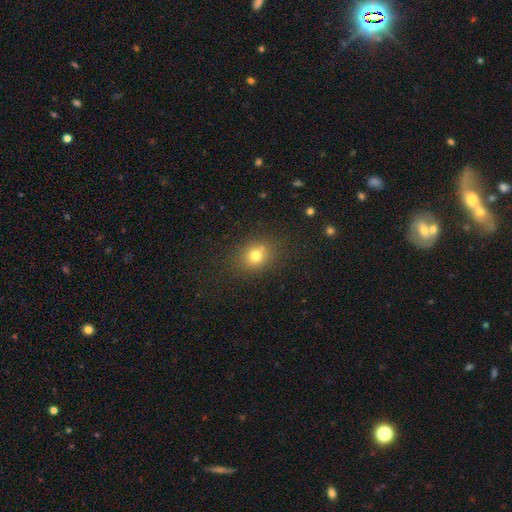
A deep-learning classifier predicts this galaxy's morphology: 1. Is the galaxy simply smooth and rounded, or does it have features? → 75% smooth, 15% star or artifact, 10% featured or disk.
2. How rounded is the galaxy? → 64% round, 34% in between, 1% cigar-shaped.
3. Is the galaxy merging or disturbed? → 80% none, 12% minor disturbance, 4% major disturbance, 4% merger.